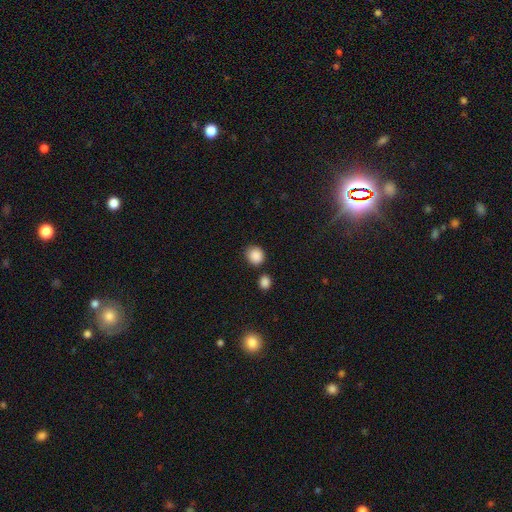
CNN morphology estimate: Smooth or featured? Predicted: smooth (p=0.88). How rounded? Predicted: round (p=0.79). Merging? Predicted: none (p=0.77).